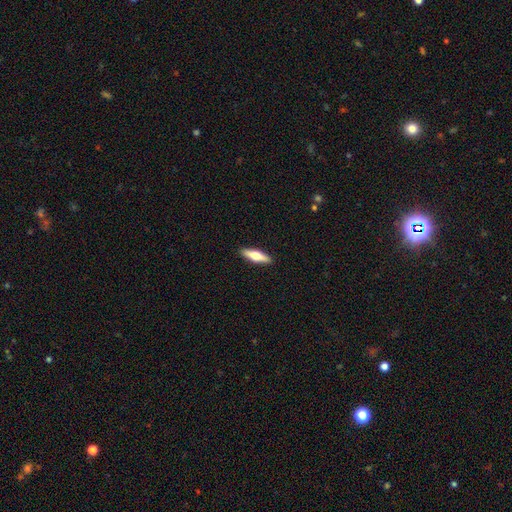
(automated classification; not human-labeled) Smooth or featured? Predicted: smooth (p=0.52). How rounded? Predicted: cigar-shaped (p=0.64). Merging? Predicted: none (p=0.91).